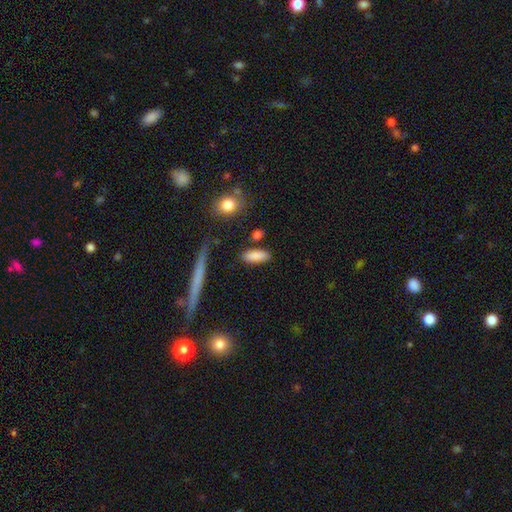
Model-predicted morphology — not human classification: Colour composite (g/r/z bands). It shows a smooth galaxy with no disk features (86%) that is in between round and cigar-shaped (72%). Merging: none (81%).